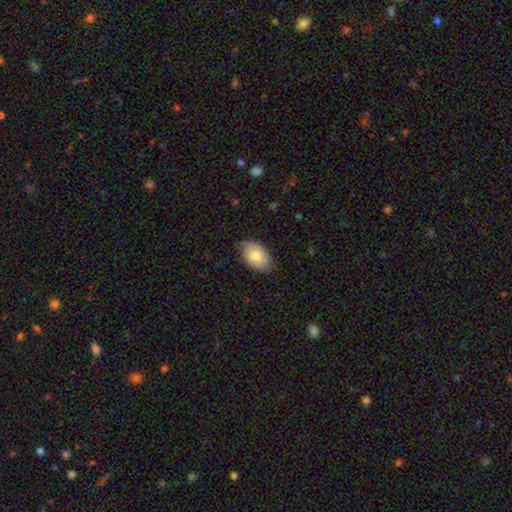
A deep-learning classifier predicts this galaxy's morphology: This is likely a smooth galaxy (79%). How rounded: clearly in between (91%). Merging: clearly none (80%).